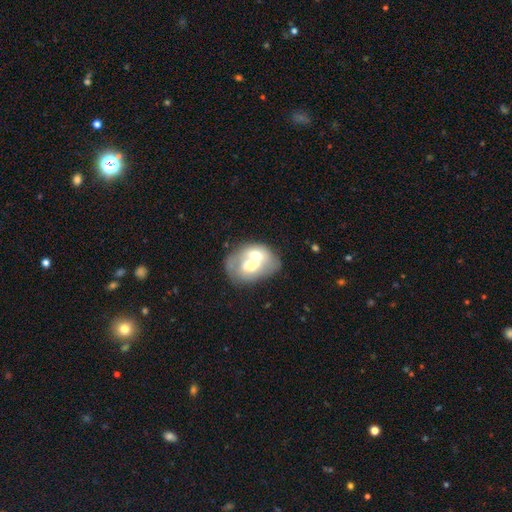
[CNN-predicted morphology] Smooth or featured? Predicted: featured or disk (p=0.47). Merging? Predicted: merger (p=0.65).